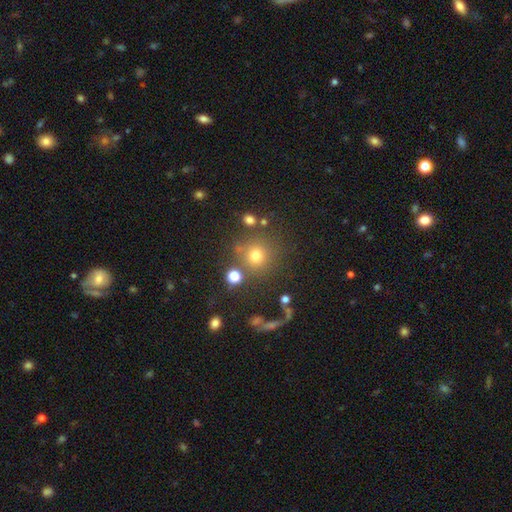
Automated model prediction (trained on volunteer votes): A smooth galaxy with no disk features (71%) that is round (93%). Merging: none (75%).